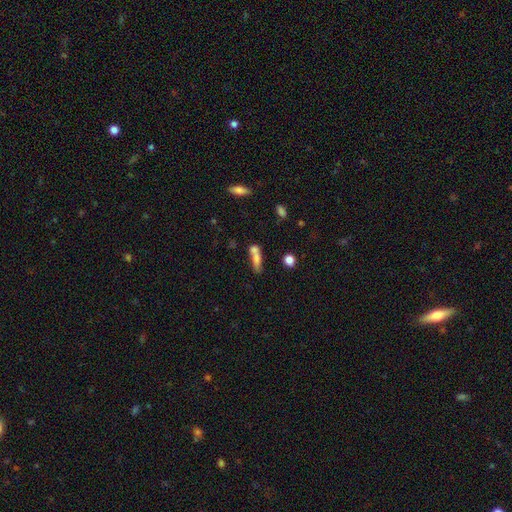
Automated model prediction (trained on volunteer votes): smooth-or-featured: smooth: 70% | featured or disk: 19% | star or artifact: 11%
  how-rounded: cigar-shaped: 53% | in between: 41% | round: 6%
  merging: merger: 43% | none: 35% | minor disturbance: 14% | major disturbance: 8%